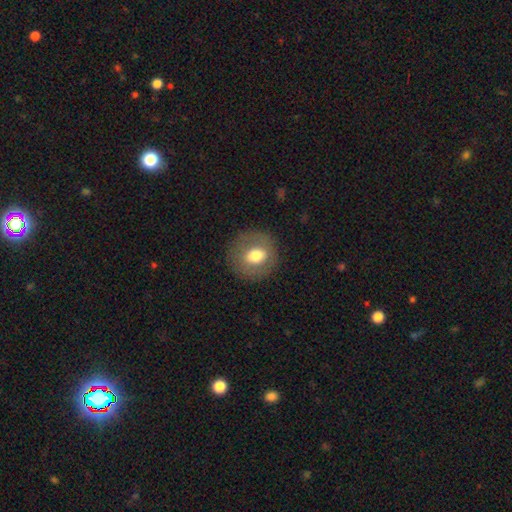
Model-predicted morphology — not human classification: Overall: smooth (64%; featured or disk 27%). How rounded: round (81%). Merging: none (85%).